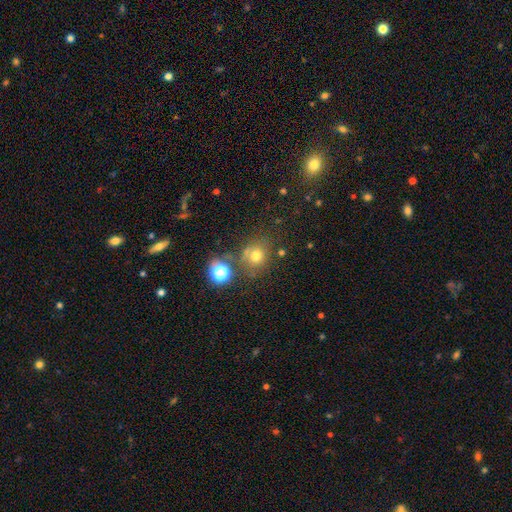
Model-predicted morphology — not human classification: A smooth galaxy with no disk features (69%) that is round (80%).

Vote fractions:
- Smooth or featured? smooth: 69% / star or artifact: 20% / featured or disk: 11%
- How rounded? round: 80% / in between: 19% / cigar-shaped: 1%
- Merging? none: 65% / merger: 15% / minor disturbance: 14% / major disturbance: 6%